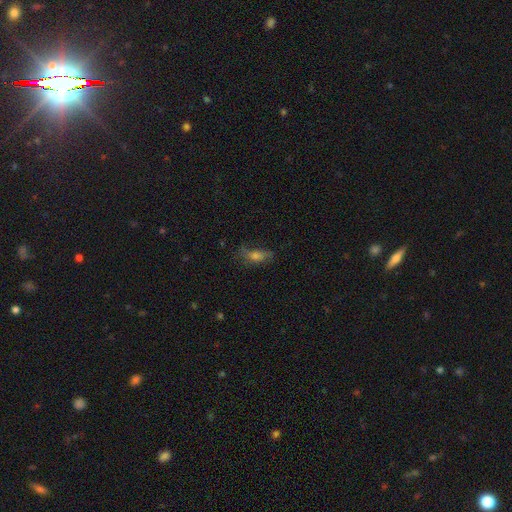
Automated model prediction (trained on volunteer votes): smooth_or_featured: smooth (p=0.51) [alt: featured or disk p=0.34]
how_rounded: in between (p=0.61) [alt: cigar-shaped p=0.32]
merging: none (p=0.58) [alt: minor disturbance p=0.25]